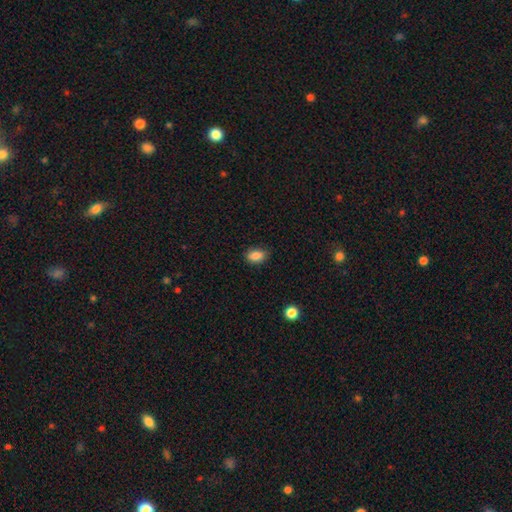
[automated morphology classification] Smooth or featured? smooth (87%)
How rounded? in between (84%)
Merging? none (83%)